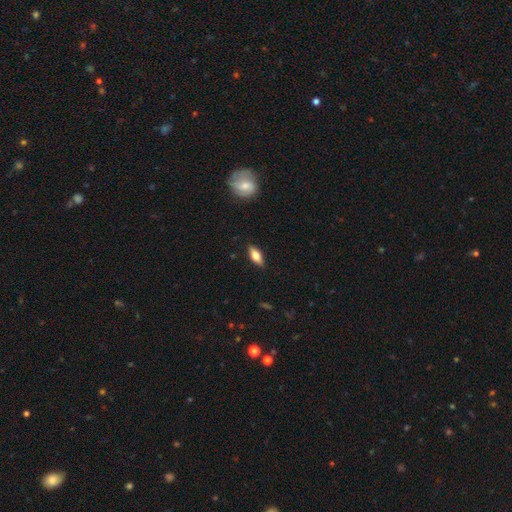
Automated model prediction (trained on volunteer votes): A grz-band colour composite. It shows a smooth galaxy with no disk features (64%) that is in between round and cigar-shaped (74%). Merging: none (86%).